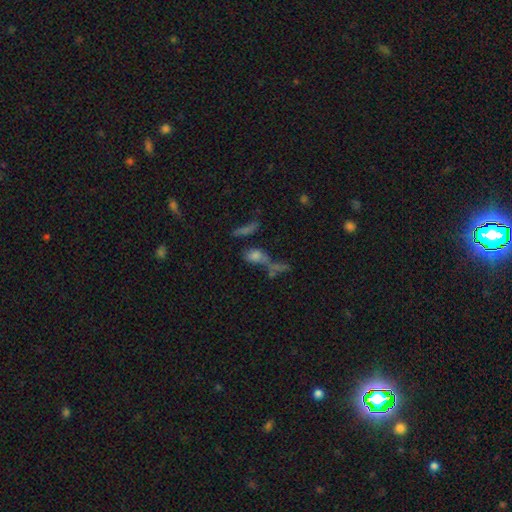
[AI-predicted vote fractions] This is likely a smooth galaxy (61%). How rounded: likely in between (64%). Merging: marginally merger (43%).